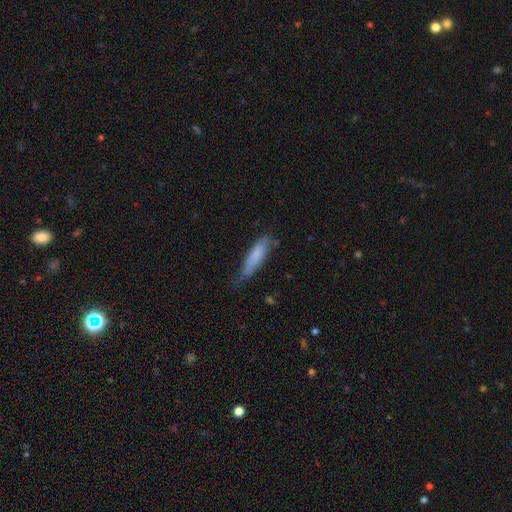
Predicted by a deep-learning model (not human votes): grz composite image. It shows a smooth galaxy with no disk features (75%) that is cigar-shaped (69%). Merging: none (53%).